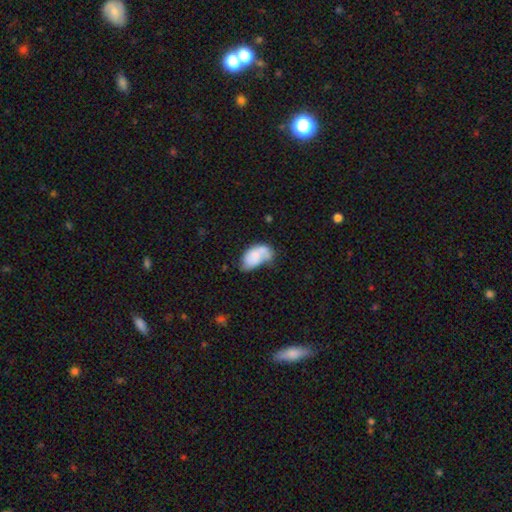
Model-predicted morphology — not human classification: A smooth galaxy with no disk features (66%) that is in between round and cigar-shaped (92%).

Vote fractions:
- Smooth or featured? smooth: 66% / featured or disk: 27% / star or artifact: 7%
- How rounded? in between: 92% / round: 6% / cigar-shaped: 2%
- Merging? minor disturbance: 31% / none: 29% / major disturbance: 23% / merger: 17%